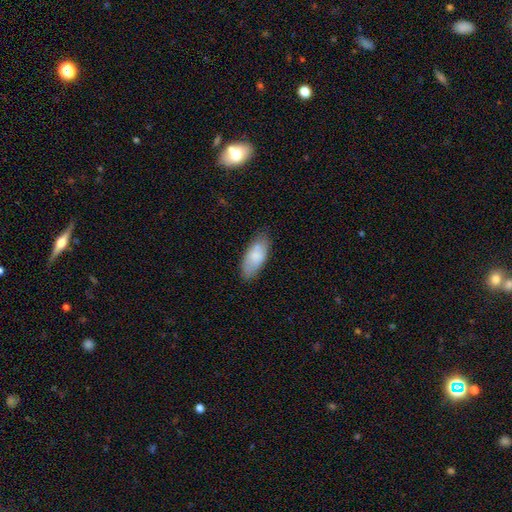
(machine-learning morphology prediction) Smooth or featured?
  - smooth: 76% *
  - featured or disk: 17%
  - star or artifact: 6%
How rounded?
  - in between: 87% *
  - cigar-shaped: 11%
  - round: 2%
Merging?
  - none: 74% *
  - minor disturbance: 18%
  - merger: 4%
  - major disturbance: 4%